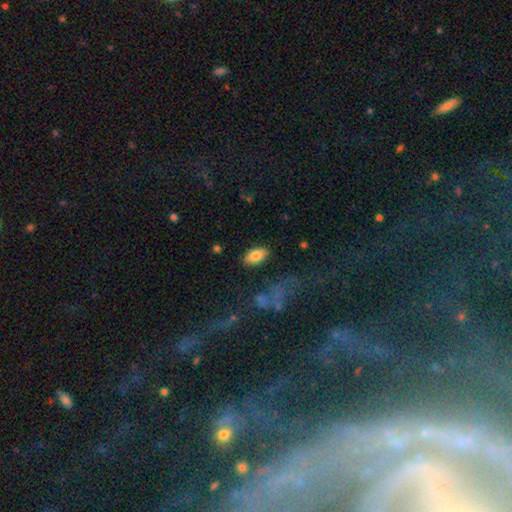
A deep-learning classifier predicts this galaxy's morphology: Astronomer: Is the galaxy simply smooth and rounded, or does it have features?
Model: smooth — 81%.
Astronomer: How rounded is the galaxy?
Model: in between — 93%.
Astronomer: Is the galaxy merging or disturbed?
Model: none — 85%.